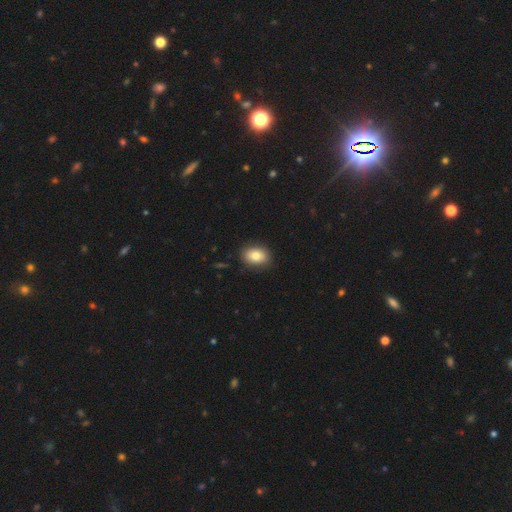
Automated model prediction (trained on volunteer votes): A smooth galaxy with no disk features (82%) that is in between round and cigar-shaped (69%).

Vote fractions:
- Smooth or featured? smooth: 82% / featured or disk: 10% / star or artifact: 9%
- How rounded? in between: 69% / round: 30% / cigar-shaped: 1%
- Merging? none: 87% / minor disturbance: 10% / major disturbance: 2% / merger: 1%